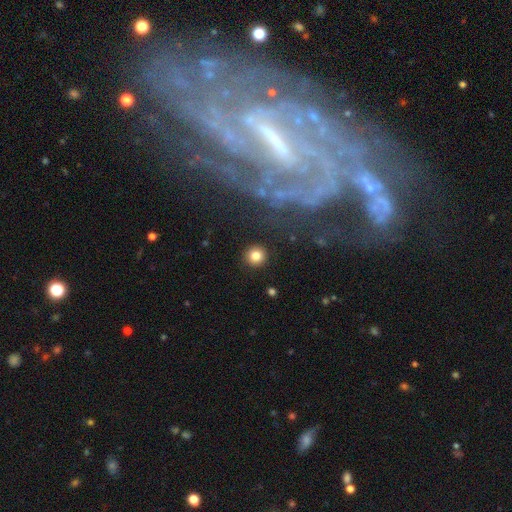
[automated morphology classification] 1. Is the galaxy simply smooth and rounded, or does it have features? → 81% smooth, 12% star or artifact, 7% featured or disk.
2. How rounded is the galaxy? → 94% round, 5% in between, 1% cigar-shaped.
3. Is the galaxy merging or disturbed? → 91% none, 5% minor disturbance, 2% major disturbance, 2% merger.